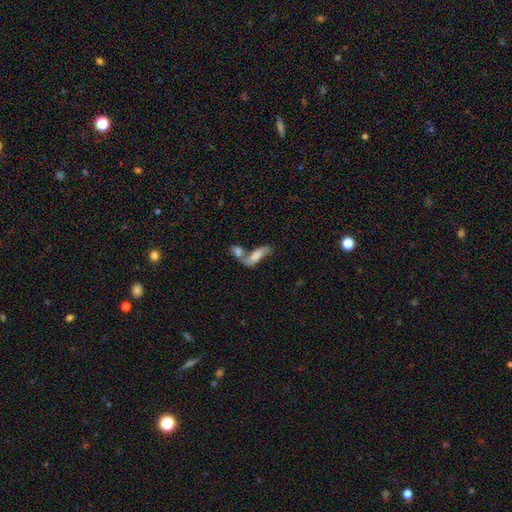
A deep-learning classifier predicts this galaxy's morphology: Overall: smooth (65%; featured or disk 27%). How rounded: in between (62%; cigar-shaped 35%). Merging: merger (59%; none 23%).